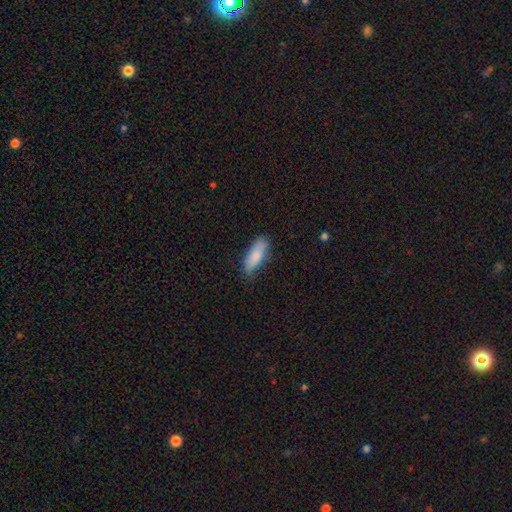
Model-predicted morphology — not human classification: Smooth or featured?
  - smooth: 81% *
  - featured or disk: 13%
  - star or artifact: 6%
How rounded?
  - in between: 62% *
  - cigar-shaped: 36%
  - round: 2%
Merging?
  - none: 77% *
  - minor disturbance: 18%
  - major disturbance: 3%
  - merger: 1%